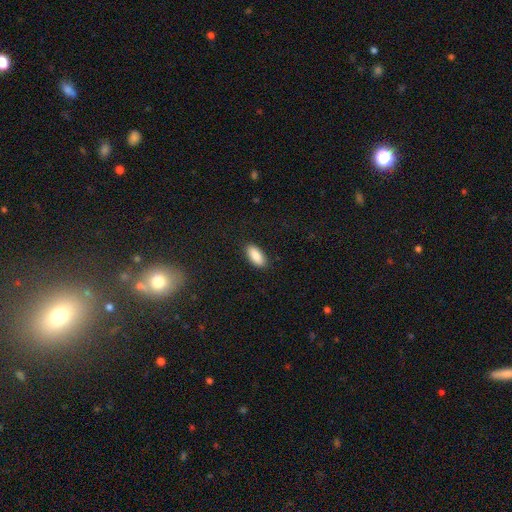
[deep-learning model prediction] Smooth or featured? smooth (88%)
How rounded? in between (87%)
Merging? none (88%)